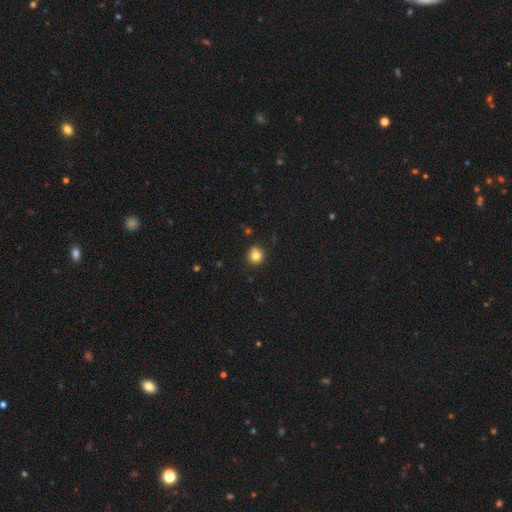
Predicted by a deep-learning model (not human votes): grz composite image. It shows a smooth galaxy with no disk features (82%) that is round (91%). Merging: none (83%).